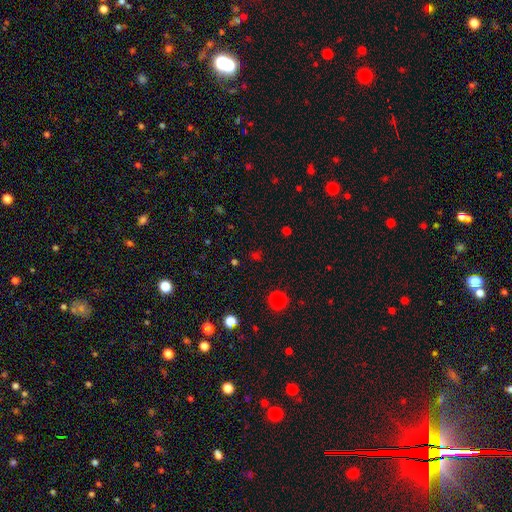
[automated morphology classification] A star or artifact, not a galaxy (50%).